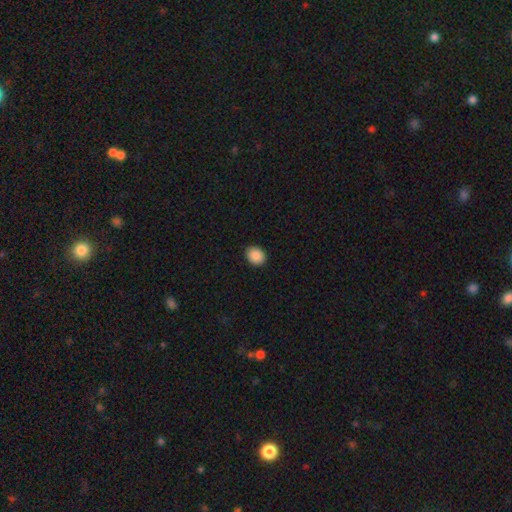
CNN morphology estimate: This is clearly a smooth galaxy (90%). How rounded: possibly round (52%). Merging: clearly none (91%).